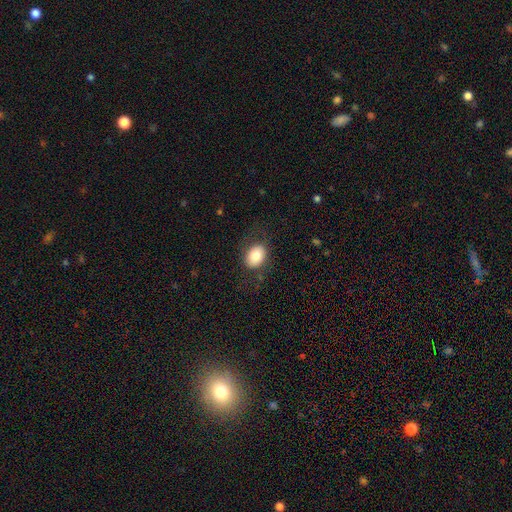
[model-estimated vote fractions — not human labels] Smooth or featured? Predicted: smooth (p=0.80). How rounded? Predicted: in between (p=0.67). Merging? Predicted: none (p=0.78).